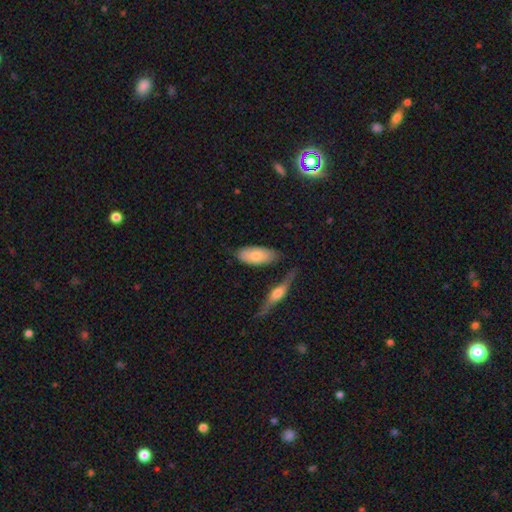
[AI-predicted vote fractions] A smooth galaxy with no disk features (73%) that is in between round and cigar-shaped (86%). Merging: none (68%).